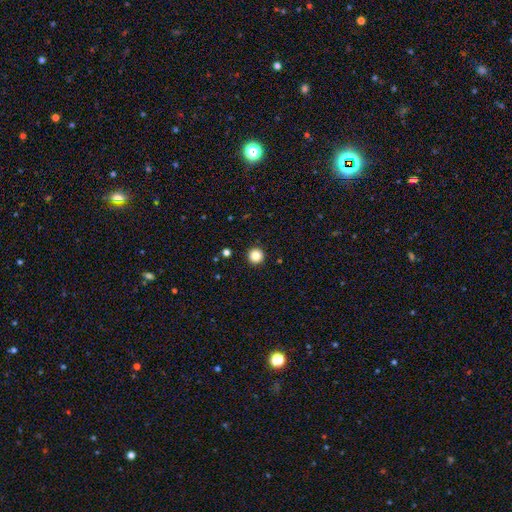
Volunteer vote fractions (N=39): Overall: smooth (82%). How rounded: round (100%). Merging: none (100%).